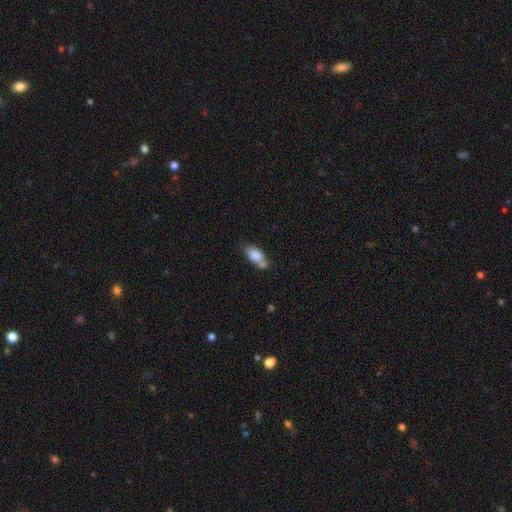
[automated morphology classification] Smooth or featured: smooth — 81% (featured or disk — 12%)
How rounded: in between — 85% (cigar-shaped — 10%)
Merging: none — 48% (minor disturbance — 24%)